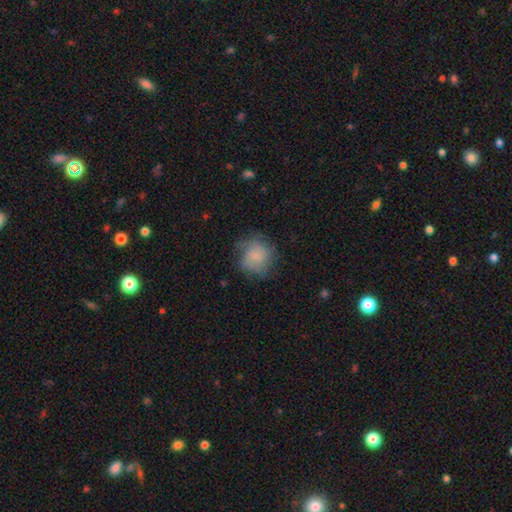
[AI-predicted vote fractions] A smooth galaxy with no disk features (69%) that is round (84%).

Vote fractions:
- Smooth or featured? smooth: 69% / featured or disk: 22% / star or artifact: 9%
- How rounded? round: 84% / in between: 15% / cigar-shaped: 1%
- Merging? none: 56% / minor disturbance: 28% / major disturbance: 14% / merger: 2%